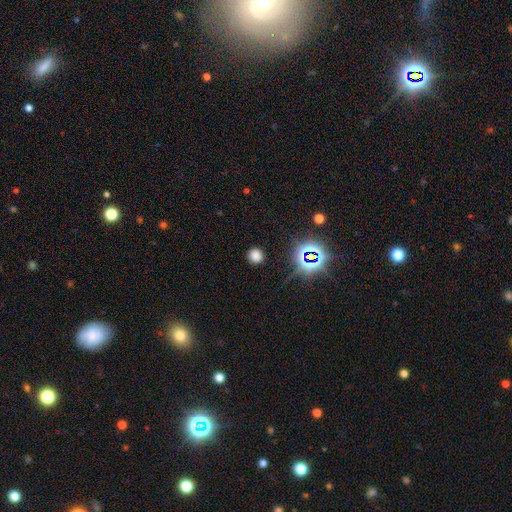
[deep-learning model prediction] This appears to be a smooth galaxy with no disk features (71%) that is round (87%). Merging: none (87%).